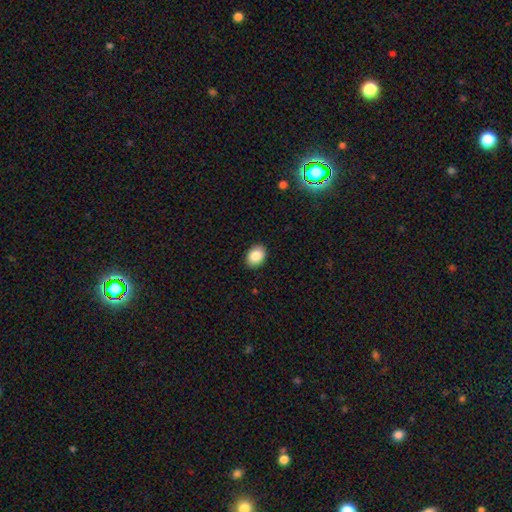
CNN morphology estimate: The model was most divided on "how rounded": in between: 66%, round: 33%, cigar-shaped: 1%. More confident: merging — none (90%); smooth or featured — smooth (86%).